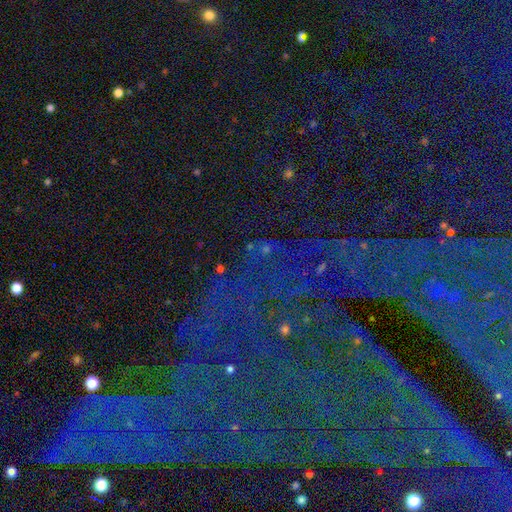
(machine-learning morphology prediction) This appears to be a star or artifact, not a galaxy (81%).